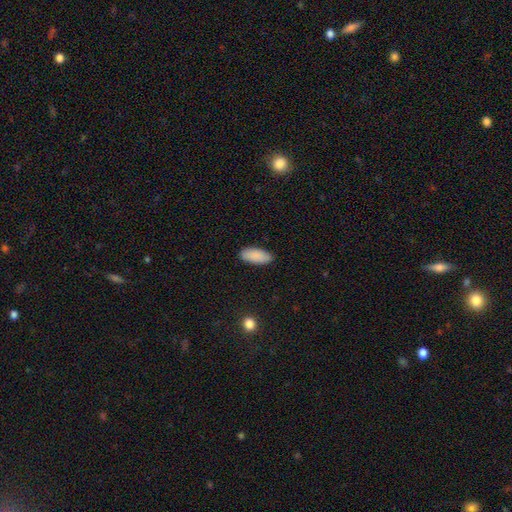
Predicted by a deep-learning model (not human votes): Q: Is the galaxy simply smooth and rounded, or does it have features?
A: smooth — 90%.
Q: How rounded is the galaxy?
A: in between — 86%.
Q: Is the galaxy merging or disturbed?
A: none — 87%.